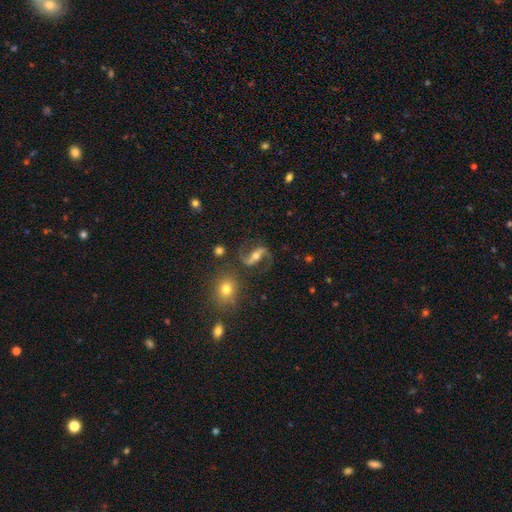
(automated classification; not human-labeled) A featured or disk galaxy (86%) with a strong bar (52%), 2 (94%) loose (66%) spiral arms (96%) and a moderate central bulge (61%).

Vote fractions:
- Smooth or featured? featured or disk: 86% / smooth: 7% / star or artifact: 7%
- Edge-on disk? no: 95% / yes: 5%
- Bar? strong: 52% / weak: 27% / no: 21%
- Spiral arms? yes: 96% / no: 4%
- Spiral winding? loose: 66% / medium: 27% / tight: 6%
- Spiral arm count? 2: 94% / 1: 2% / can't tell: 1% / 3: 1% / 4: 1% / more than 4: 1%
- Bulge size? moderate: 61% / small: 28% / large: 7% / none: 2% / dominant: 2%
- Merging? none: 78% / minor disturbance: 11% / major disturbance: 7% / merger: 4%